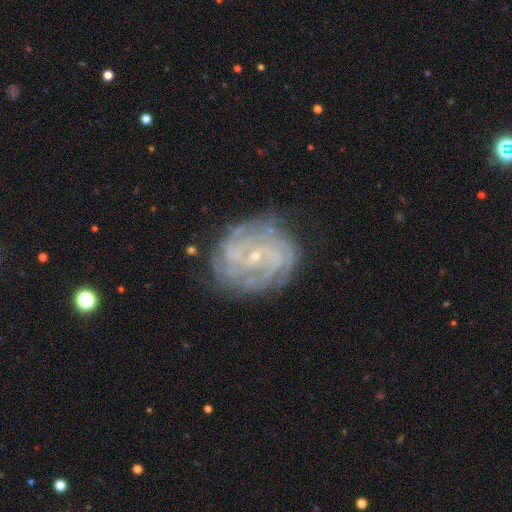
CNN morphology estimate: Overall: featured or disk (85%). Edge-on disk: no (97%). Bar: no (58%; weak 33%). Spiral arms: yes (96%). Spiral arm count: can't tell (31%; 4 19%). Spiral winding: tight (72%). Bulge size: small (84%). Merging: none (78%).